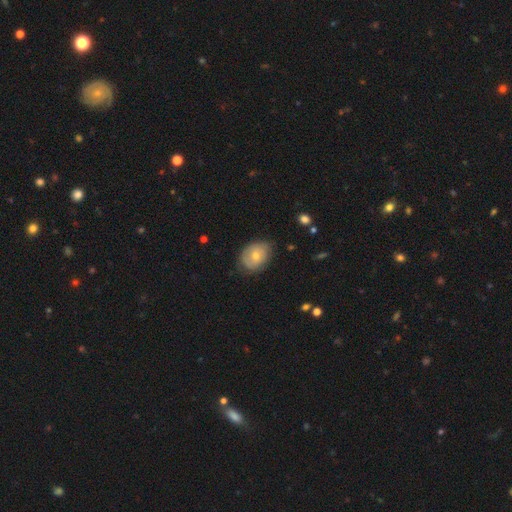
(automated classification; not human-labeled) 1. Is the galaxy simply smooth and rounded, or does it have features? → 60% smooth, 34% featured or disk, 7% star or artifact.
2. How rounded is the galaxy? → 66% in between, 33% round, 1% cigar-shaped.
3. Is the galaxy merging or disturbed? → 65% none, 27% minor disturbance, 6% major disturbance, 1% merger.